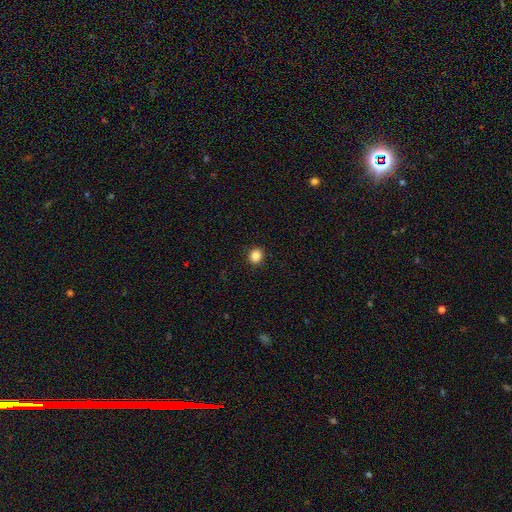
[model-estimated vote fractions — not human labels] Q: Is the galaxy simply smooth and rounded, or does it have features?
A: smooth — 86%.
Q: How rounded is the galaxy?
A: round — 80%.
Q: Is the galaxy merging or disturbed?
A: none — 92%.